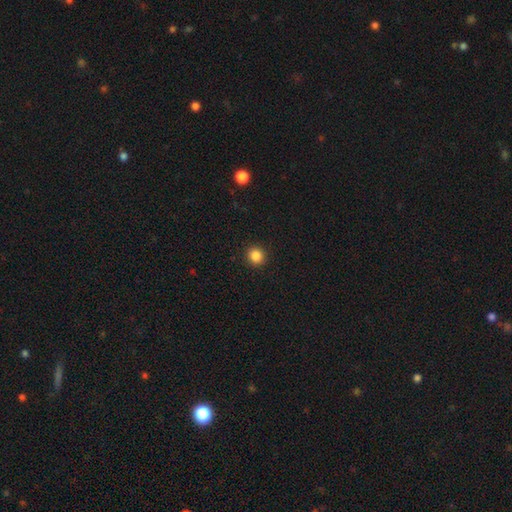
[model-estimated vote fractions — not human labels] Morphology: type=smooth (87%); roundness=round (90%); merging=none (93%).